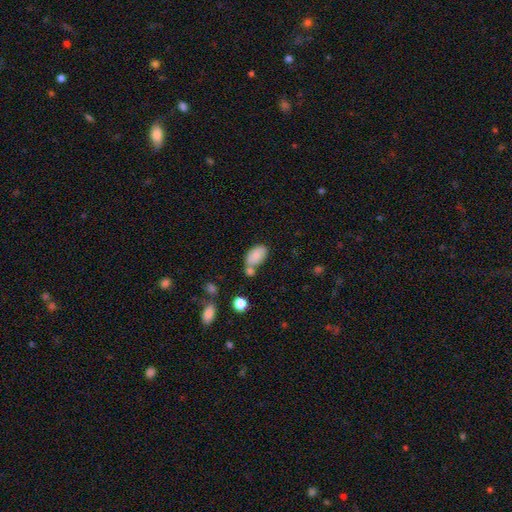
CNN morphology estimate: Smooth or featured? smooth (82%)
How rounded? in between (92%)
Merging? none (47%)